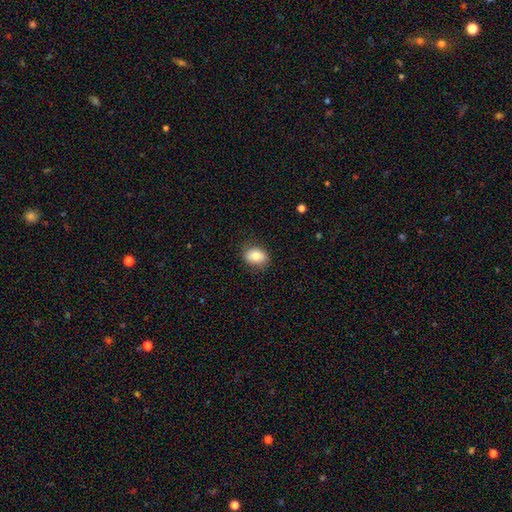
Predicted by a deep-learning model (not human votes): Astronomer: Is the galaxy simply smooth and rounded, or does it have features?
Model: smooth — 79%.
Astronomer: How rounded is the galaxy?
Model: in between — 66%.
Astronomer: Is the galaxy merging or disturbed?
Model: none — 83%.